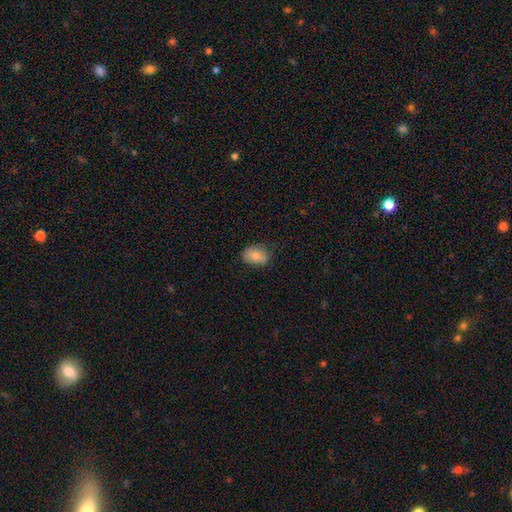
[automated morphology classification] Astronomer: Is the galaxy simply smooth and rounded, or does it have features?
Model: smooth — 77%.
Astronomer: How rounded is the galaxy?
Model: in between — 69%.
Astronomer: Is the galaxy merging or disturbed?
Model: none — 70%.